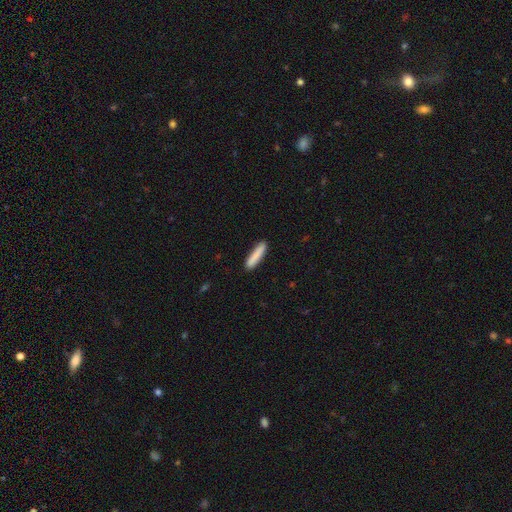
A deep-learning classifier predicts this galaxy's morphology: Smooth or featured?
  - smooth: 86% *
  - featured or disk: 8%
  - star or artifact: 6%
How rounded?
  - cigar-shaped: 89% *
  - in between: 10%
  - round: 1%
Merging?
  - none: 90% *
  - minor disturbance: 7%
  - major disturbance: 2%
  - merger: 1%